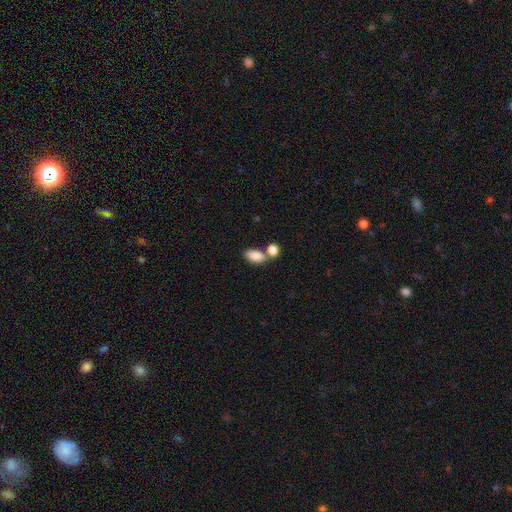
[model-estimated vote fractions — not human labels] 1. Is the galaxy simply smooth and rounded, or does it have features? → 86% smooth, 8% star or artifact, 6% featured or disk.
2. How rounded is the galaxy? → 90% in between, 8% round, 2% cigar-shaped.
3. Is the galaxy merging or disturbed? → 53% none, 32% merger, 11% minor disturbance, 4% major disturbance.